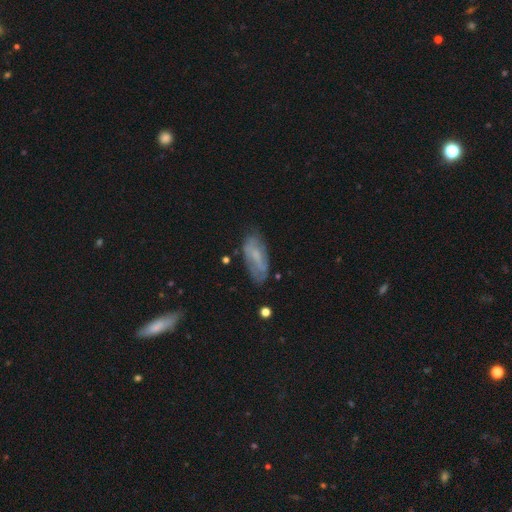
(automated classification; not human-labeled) Q: Smooth or featured?
A: featured or disk (50%); runner-up: smooth (42%)
Q: Edge-on disk?
A: no (87%); runner-up: yes (13%)
Q: Merging?
A: none (67%); runner-up: minor disturbance (23%)